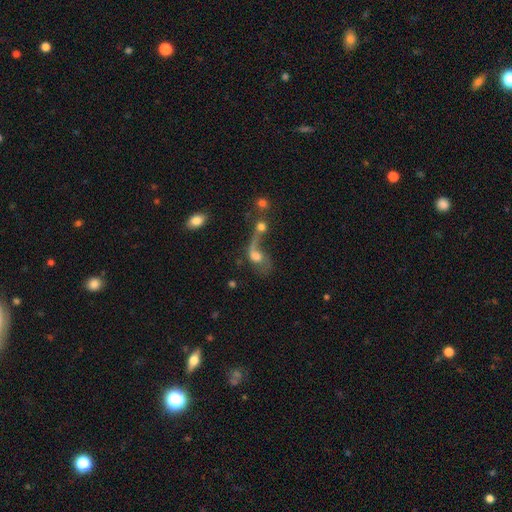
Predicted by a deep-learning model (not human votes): Q: Smooth or featured?
A: featured or disk (50%); runner-up: smooth (37%)
Q: Edge-on disk?
A: no (93%); runner-up: yes (7%)
Q: Merging?
A: merger (41%); runner-up: major disturbance (33%)